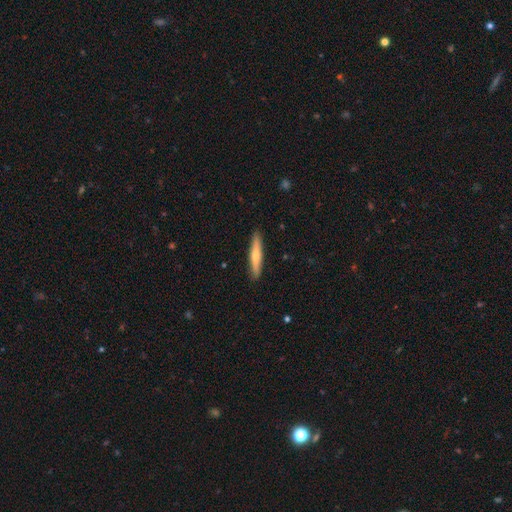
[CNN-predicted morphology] A smooth galaxy with no disk features (61%) that is cigar-shaped (91%). Merging: none (91%).